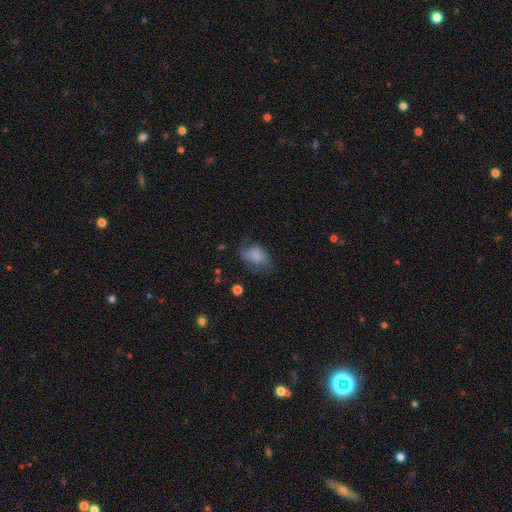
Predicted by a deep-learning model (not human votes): Smooth or featured? smooth (76%)
How rounded? in between (76%)
Merging? none (50%)